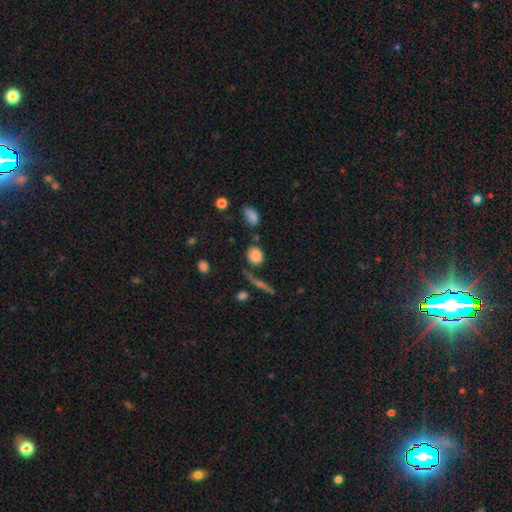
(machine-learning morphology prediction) This appears to be a smooth galaxy with no disk features (80%) that is round (65%). Merging: none (66%).